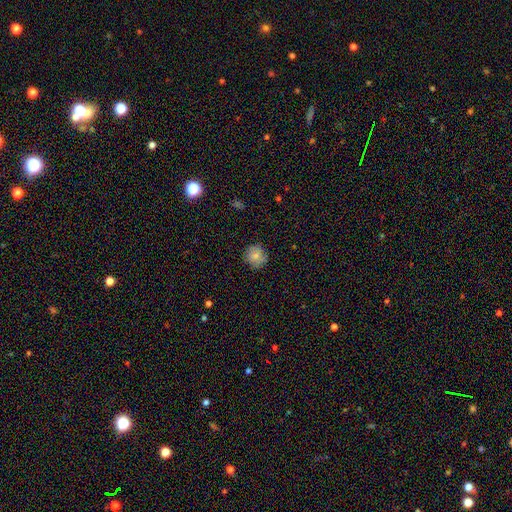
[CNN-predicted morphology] smooth 75%, featured or disk 16%, star or artifact 9%. Down the decision tree: how rounded — round (88%); merging — none (80%).